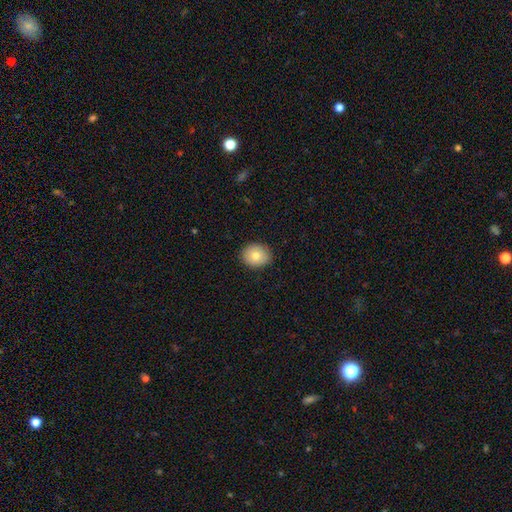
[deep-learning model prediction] Smooth or featured? smooth (79%)
How rounded? round (63%)
Merging? none (88%)